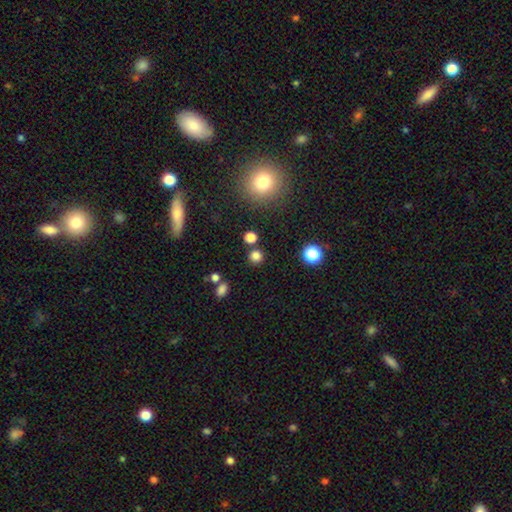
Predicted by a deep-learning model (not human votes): smooth-or-featured: smooth: 78% | star or artifact: 17% | featured or disk: 5%
  how-rounded: round: 92% | in between: 7% | cigar-shaped: 1%
  merging: none: 84% | minor disturbance: 7% | merger: 7% | major disturbance: 3%